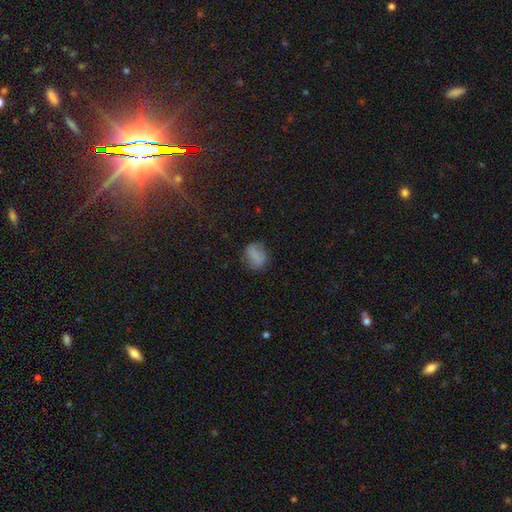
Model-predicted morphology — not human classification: A smooth galaxy with no disk features (75%) that is in between round and cigar-shaped (55%).

Vote fractions:
- Smooth or featured? smooth: 75% / featured or disk: 13% / star or artifact: 11%
- How rounded? in between: 55% / round: 43% / cigar-shaped: 2%
- Merging? none: 68% / minor disturbance: 22% / major disturbance: 9% / merger: 2%